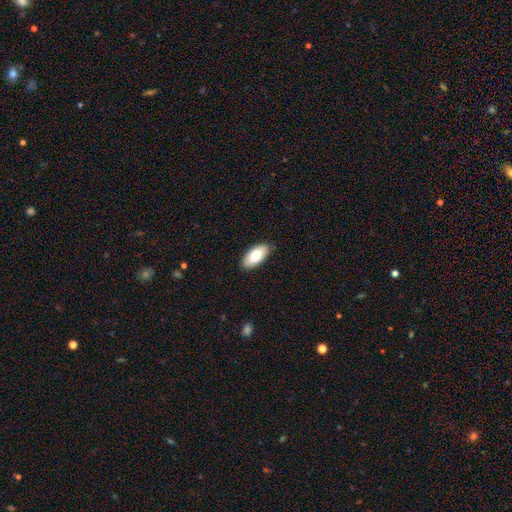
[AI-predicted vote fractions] Morphology: type=smooth (81%); roundness=in between (92%); merging=none (87%).